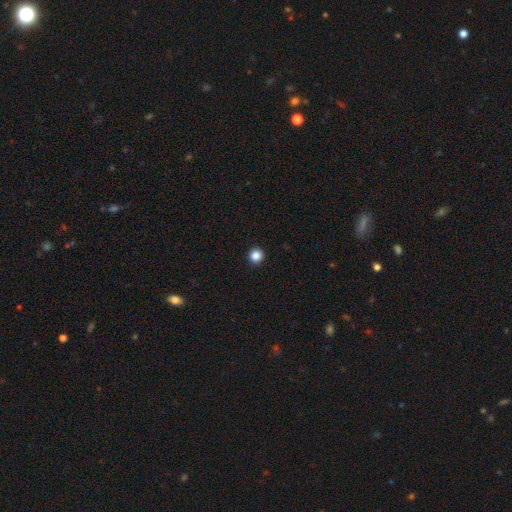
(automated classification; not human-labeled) A smooth galaxy with no disk features (86%) that is round (95%).

Vote fractions:
- Smooth or featured? smooth: 86% / star or artifact: 11% / featured or disk: 3%
- How rounded? round: 95% / in between: 4% / cigar-shaped: 1%
- Merging? none: 94% / minor disturbance: 4% / major disturbance: 1% / merger: 1%